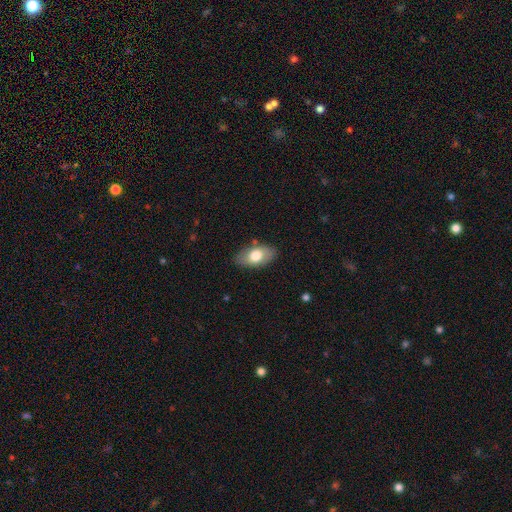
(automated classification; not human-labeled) smooth 71%, featured or disk 23%, star or artifact 6%. Down the decision tree: how rounded — in between (92%); merging — none (83%).